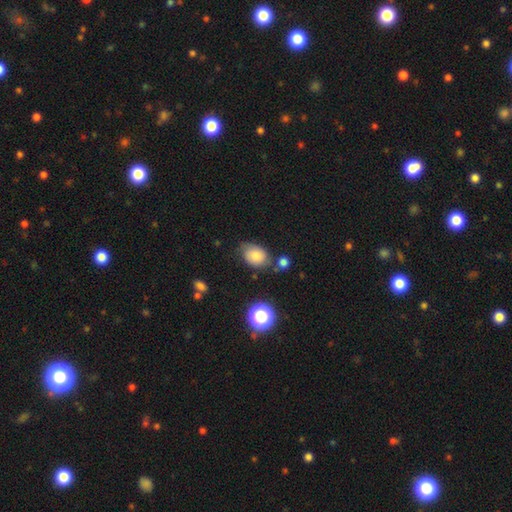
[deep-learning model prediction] smooth_or_featured: smooth (p=0.77) [alt: featured or disk p=0.12]
how_rounded: in between (p=0.72) [alt: round p=0.27]
merging: none (p=0.60) [alt: minor disturbance p=0.27]